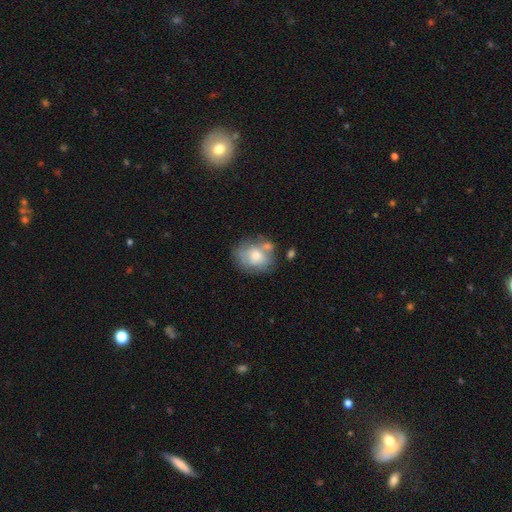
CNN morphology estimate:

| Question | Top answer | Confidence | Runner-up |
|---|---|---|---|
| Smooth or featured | smooth | 61% | featured or disk (31%) |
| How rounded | round | 57% | in between (42%) |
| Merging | none | 51% | minor disturbance (23%) |